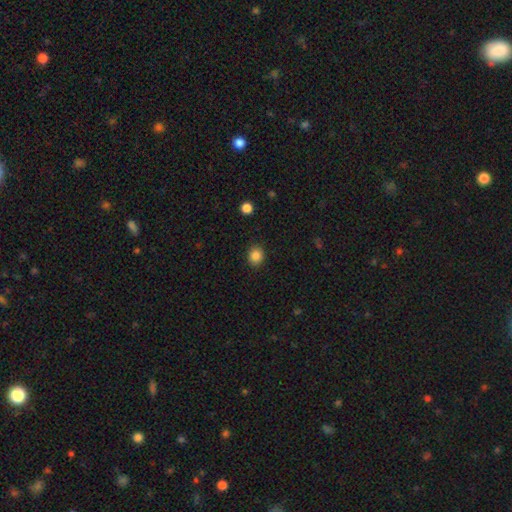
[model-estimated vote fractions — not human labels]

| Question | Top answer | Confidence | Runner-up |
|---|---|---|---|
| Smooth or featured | smooth | 86% | star or artifact (11%) |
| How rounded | round | 77% | in between (22%) |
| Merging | none | 89% | minor disturbance (7%) |